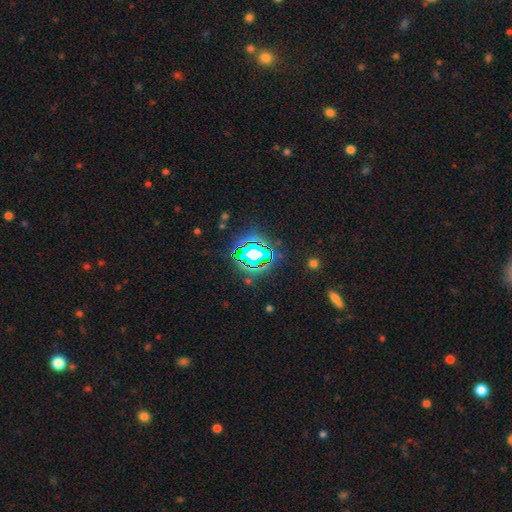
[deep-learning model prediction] star or artifact 72%, smooth 16%, featured or disk 12%.